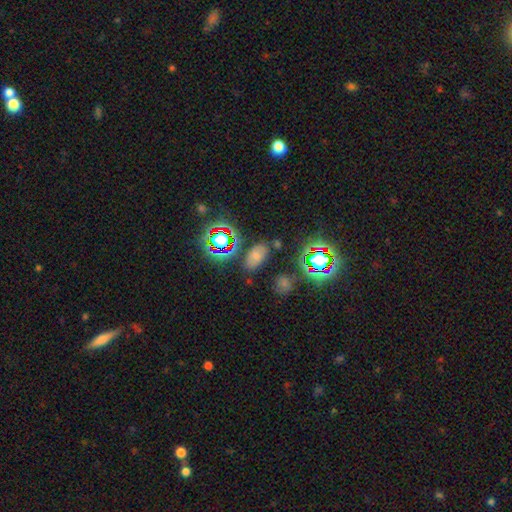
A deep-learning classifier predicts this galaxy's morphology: type=smooth (56%); roundness=in between (88%); merging=none (77%).